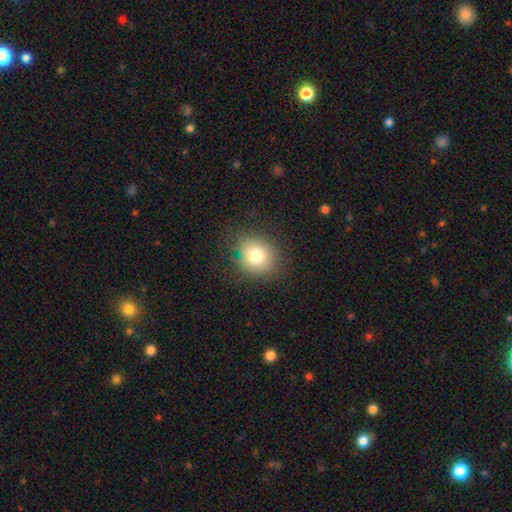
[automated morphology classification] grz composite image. It shows a smooth galaxy with no disk features (78%) that is round (71%). Merging: none (78%).